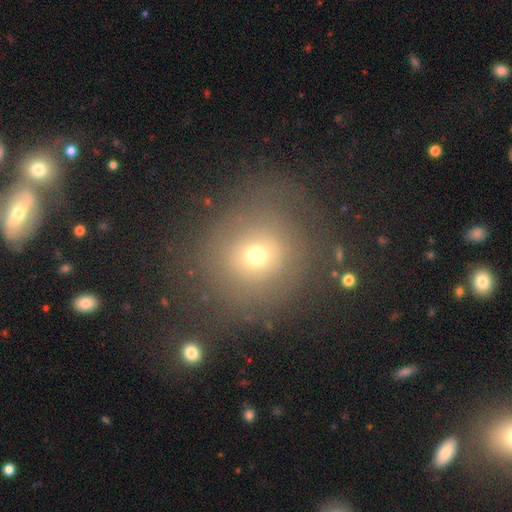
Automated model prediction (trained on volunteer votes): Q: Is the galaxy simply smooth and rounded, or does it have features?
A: smooth — 61%.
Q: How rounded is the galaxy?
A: round — 88%.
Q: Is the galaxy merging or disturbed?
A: none — 70%.